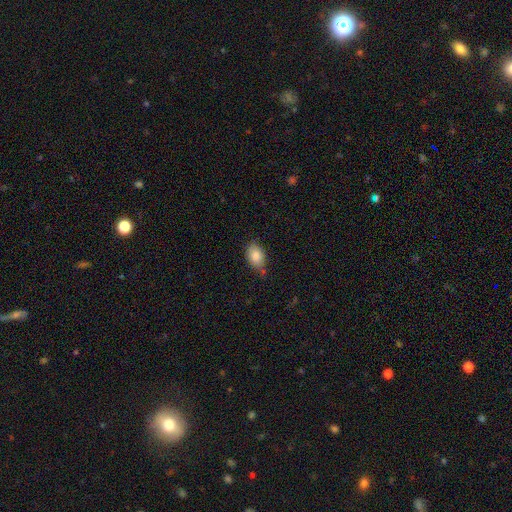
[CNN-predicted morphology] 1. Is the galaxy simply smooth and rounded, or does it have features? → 85% smooth, 8% star or artifact, 7% featured or disk.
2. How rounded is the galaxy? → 86% in between, 13% round, 1% cigar-shaped.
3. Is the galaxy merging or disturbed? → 69% none, 23% minor disturbance, 4% major disturbance, 4% merger.